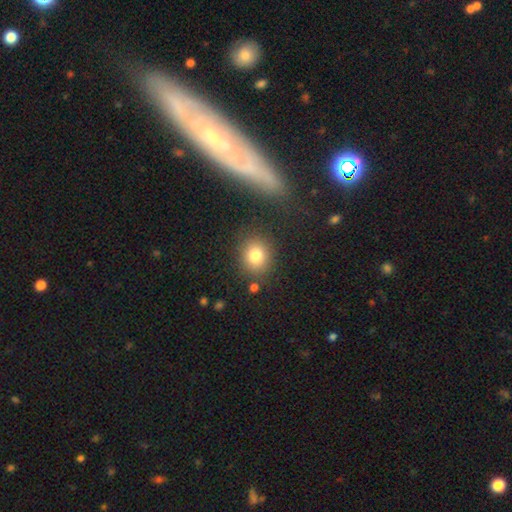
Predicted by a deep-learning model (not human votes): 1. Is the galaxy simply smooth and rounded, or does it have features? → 80% smooth, 12% star or artifact, 8% featured or disk.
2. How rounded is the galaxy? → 76% round, 23% in between, 1% cigar-shaped.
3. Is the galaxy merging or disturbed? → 82% none, 9% minor disturbance, 5% merger, 4% major disturbance.